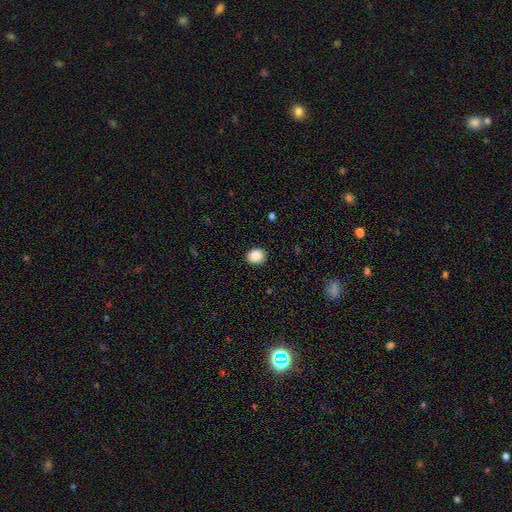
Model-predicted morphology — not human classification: Smooth or featured?
  - smooth: 88% *
  - star or artifact: 9%
  - featured or disk: 3%
How rounded?
  - round: 67% *
  - in between: 32%
  - cigar-shaped: 1%
Merging?
  - none: 90% *
  - minor disturbance: 7%
  - major disturbance: 2%
  - merger: 1%